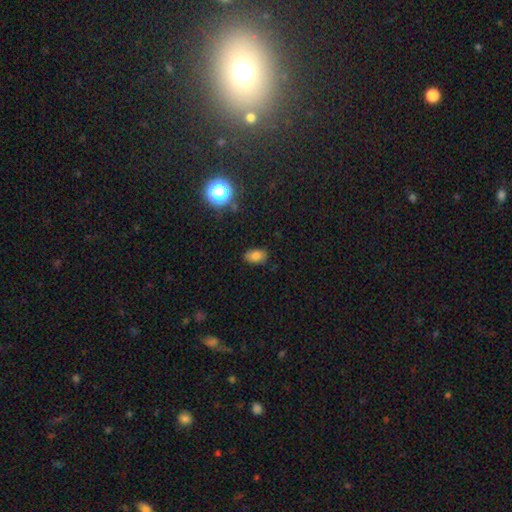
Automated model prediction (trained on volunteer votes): Smooth or featured? smooth (78%)
How rounded? in between (88%)
Merging? none (82%)